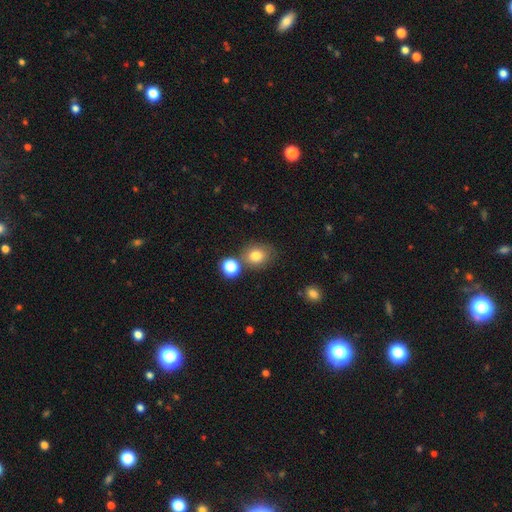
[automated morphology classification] A smooth galaxy with no disk features (78%) that is round (66%).

Vote fractions:
- Smooth or featured? smooth: 78% / star or artifact: 13% / featured or disk: 9%
- How rounded? round: 66% / in between: 33% / cigar-shaped: 1%
- Merging? none: 67% / merger: 14% / minor disturbance: 14% / major disturbance: 4%